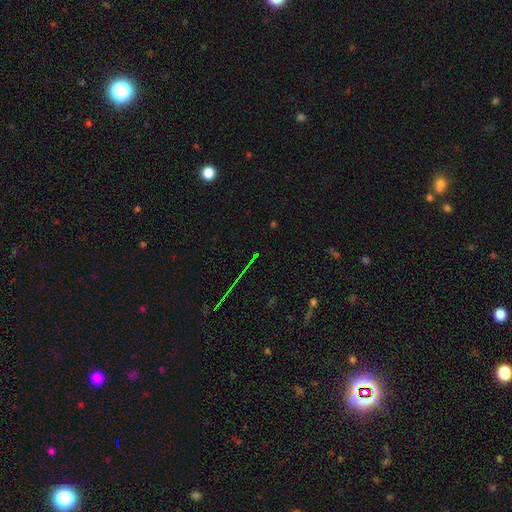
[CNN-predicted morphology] The model was most divided on "smooth or featured": star or artifact: 76%, smooth: 12%, featured or disk: 11%.